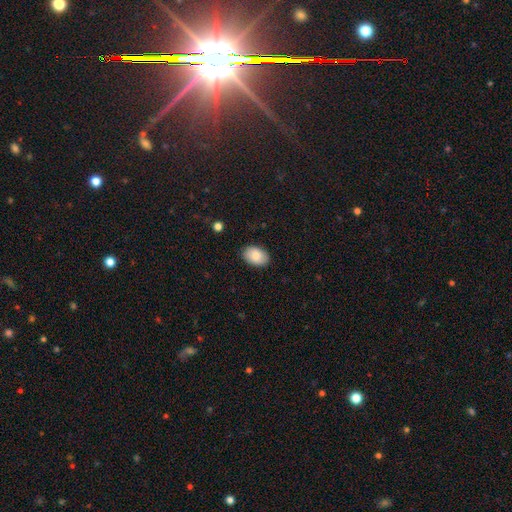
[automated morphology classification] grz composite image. It shows a smooth galaxy with no disk features (85%) that is in between round and cigar-shaped (88%). Merging: none (88%).